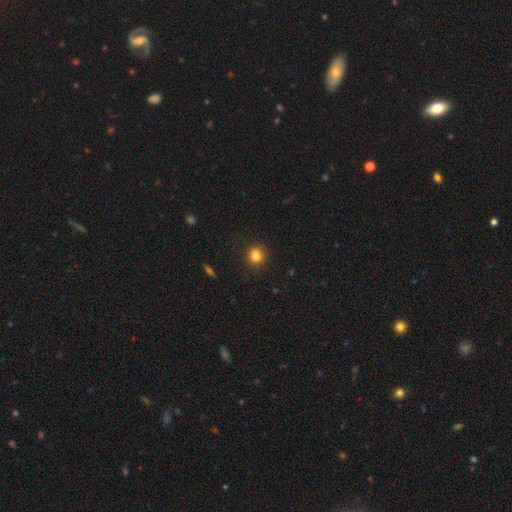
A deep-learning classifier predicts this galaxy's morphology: This is clearly a smooth galaxy (83%). How rounded: clearly round (87%). Merging: clearly none (90%).